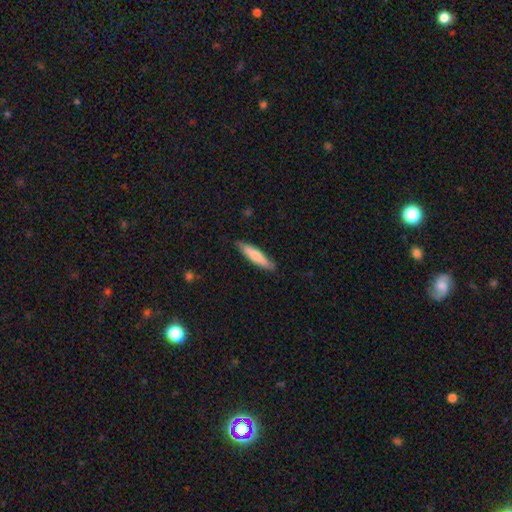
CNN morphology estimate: A smooth galaxy with no disk features (73%) that is cigar-shaped (81%).

Vote fractions:
- Smooth or featured? smooth: 73% / featured or disk: 22% / star or artifact: 5%
- How rounded? cigar-shaped: 81% / in between: 18% / round: 1%
- Merging? none: 83% / minor disturbance: 14% / major disturbance: 2% / merger: 1%